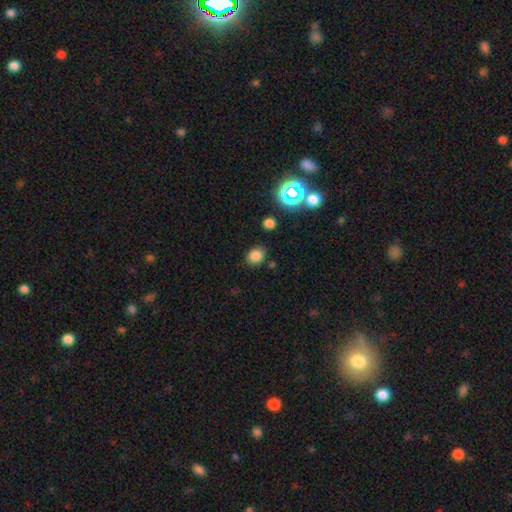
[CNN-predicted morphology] This is likely a smooth galaxy (79%). How rounded: possibly round (53%). Merging: clearly none (82%).